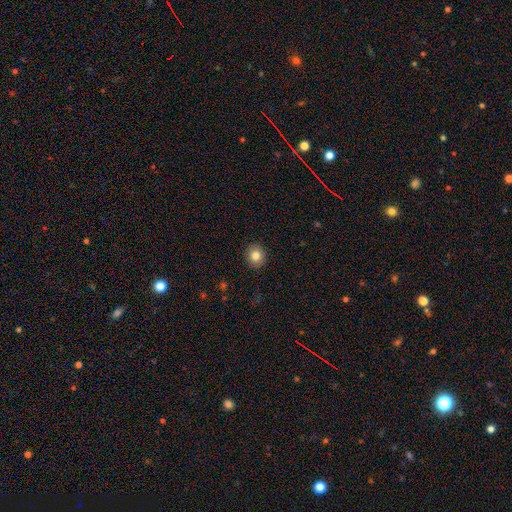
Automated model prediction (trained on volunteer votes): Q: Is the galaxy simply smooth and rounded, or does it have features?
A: smooth — 82%.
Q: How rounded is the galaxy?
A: round — 84%.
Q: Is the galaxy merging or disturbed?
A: none — 91%.